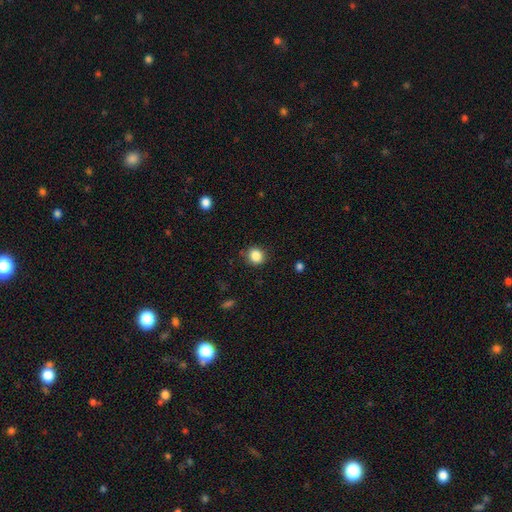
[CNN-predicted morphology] smooth-or-featured: smooth: 85% | star or artifact: 10% | featured or disk: 4%
  how-rounded: round: 82% | in between: 17% | cigar-shaped: 1%
  merging: none: 86% | minor disturbance: 10% | major disturbance: 3% | merger: 1%